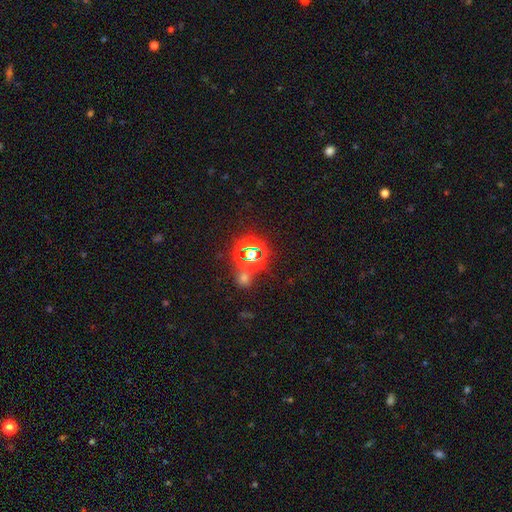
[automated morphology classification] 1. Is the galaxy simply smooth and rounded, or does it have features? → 72% star or artifact, 20% smooth, 8% featured or disk.